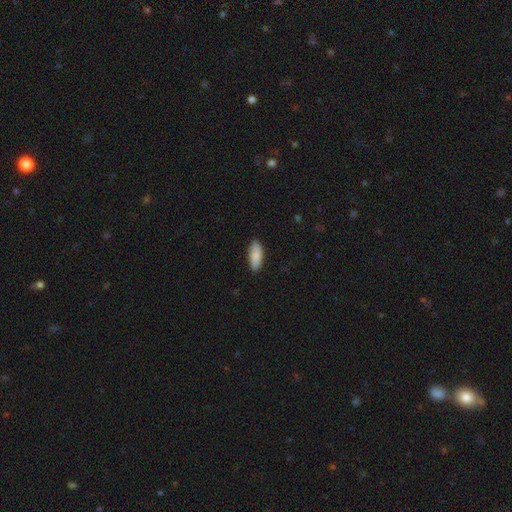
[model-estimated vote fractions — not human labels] Smooth or featured?
  - smooth: 88% *
  - featured or disk: 6%
  - star or artifact: 6%
How rounded?
  - in between: 79% *
  - cigar-shaped: 19%
  - round: 2%
Merging?
  - none: 86% *
  - minor disturbance: 11%
  - major disturbance: 2%
  - merger: 1%